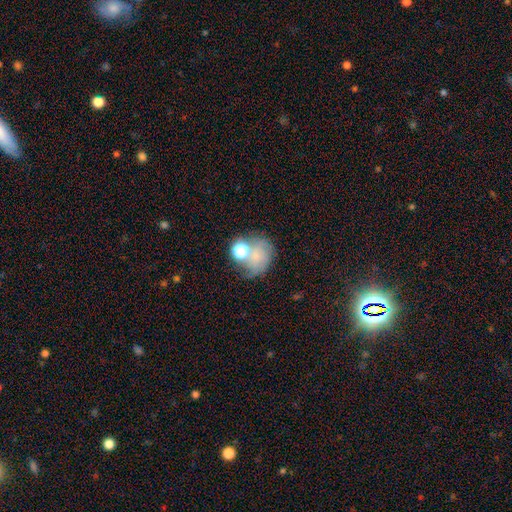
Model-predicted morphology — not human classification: This is likely a smooth galaxy (60%). How rounded: possibly round (55%). Merging: marginally none (39%).